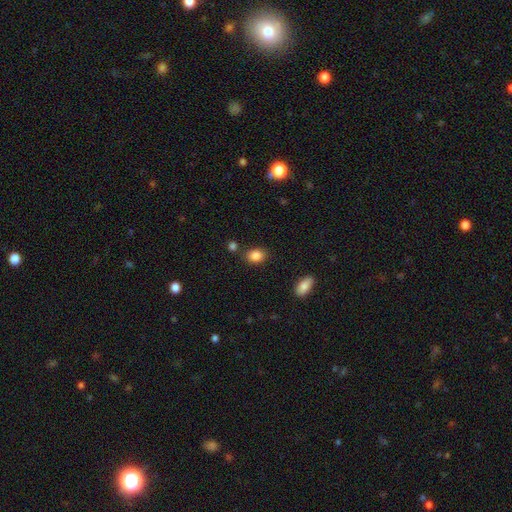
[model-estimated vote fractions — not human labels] smooth 86%, star or artifact 9%, featured or disk 5%. Down the decision tree: how rounded — in between (61%); merging — none (81%).